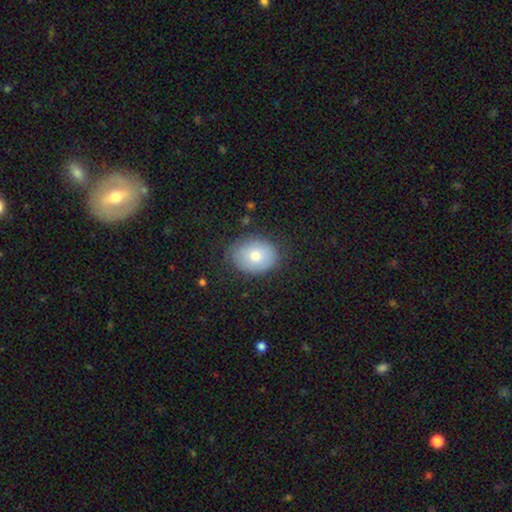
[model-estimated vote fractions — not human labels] The model was most divided on "how rounded": in between: 59%, round: 40%, cigar-shaped: 1%. More confident: merging — none (80%); smooth or featured — smooth (75%).